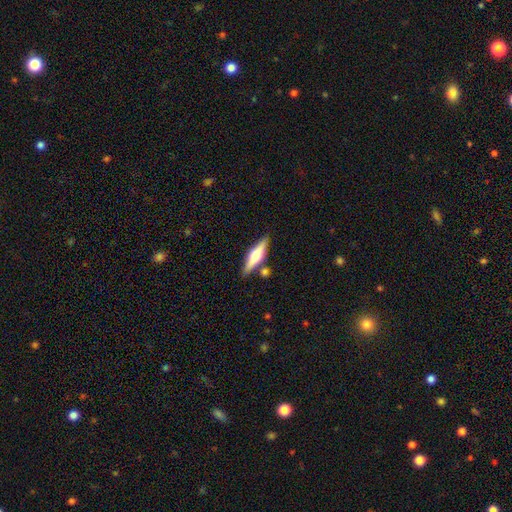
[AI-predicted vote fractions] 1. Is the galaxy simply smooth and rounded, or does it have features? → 57% featured or disk, 37% smooth, 6% star or artifact.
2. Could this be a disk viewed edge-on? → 95% yes, 5% no.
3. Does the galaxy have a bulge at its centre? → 91% rounded, 6% boxy, 3% none.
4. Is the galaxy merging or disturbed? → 81% none, 10% minor disturbance, 7% merger, 2% major disturbance.